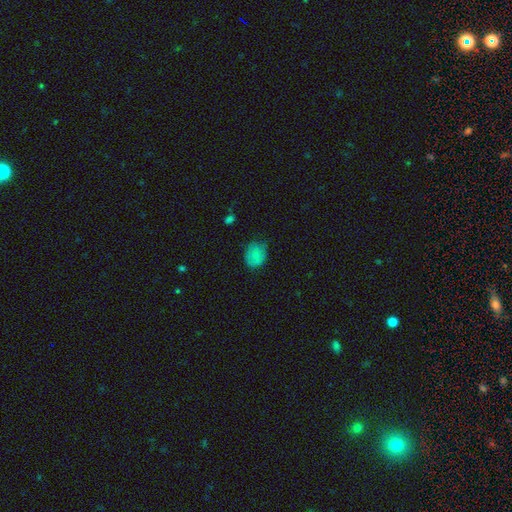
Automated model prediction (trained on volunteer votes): smooth-or-featured: smooth: 78% | featured or disk: 14% | star or artifact: 9%
  how-rounded: round: 57% | in between: 43% | cigar-shaped: 1%
  merging: none: 62% | minor disturbance: 30% | major disturbance: 7% | merger: 1%